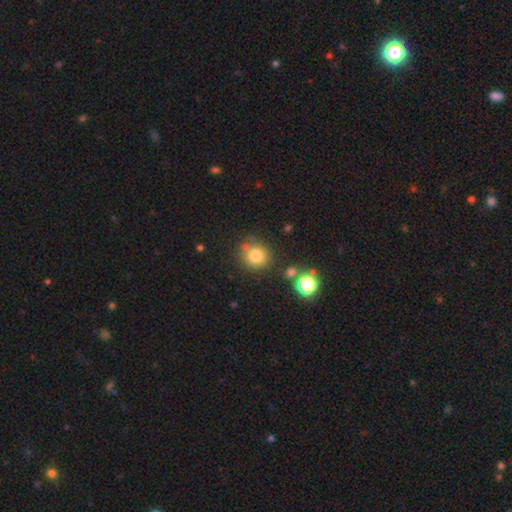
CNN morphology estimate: A smooth galaxy with no disk features (79%) that is round (89%). Merging: none (77%).